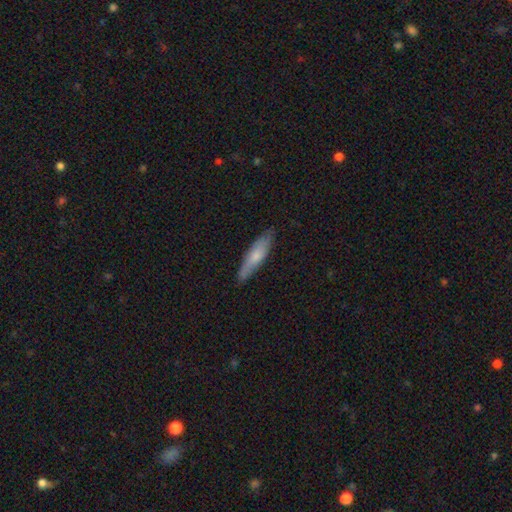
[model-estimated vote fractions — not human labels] A smooth galaxy with no disk features (66%) that is cigar-shaped (73%).

Vote fractions:
- Smooth or featured? smooth: 66% / featured or disk: 28% / star or artifact: 5%
- How rounded? cigar-shaped: 73% / in between: 26% / round: 2%
- Merging? none: 82% / minor disturbance: 15% / major disturbance: 2% / merger: 1%